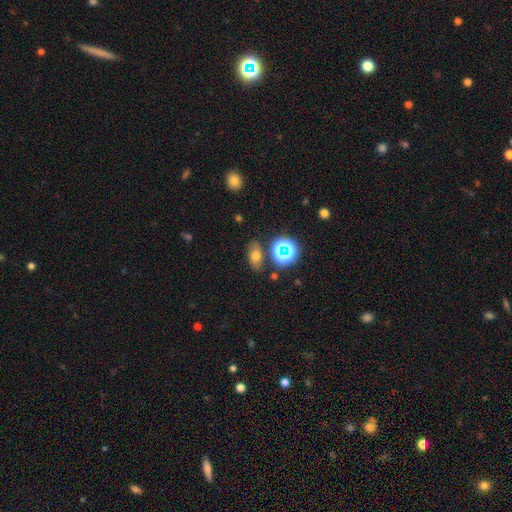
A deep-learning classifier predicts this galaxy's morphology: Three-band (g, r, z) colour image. It shows a smooth galaxy with no disk features (60%) that is in between round and cigar-shaped (78%). Merging: none (76%).